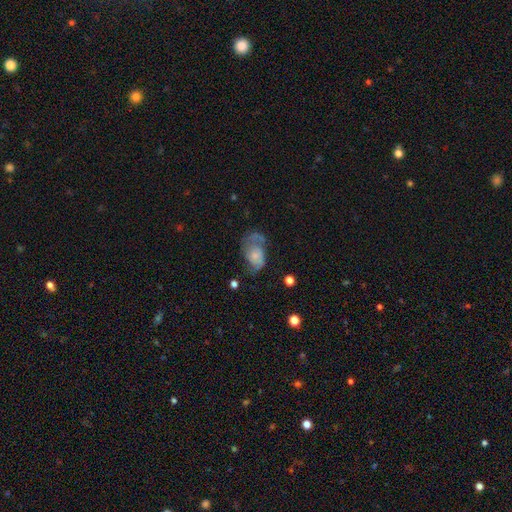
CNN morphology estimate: This appears to be a smooth galaxy with no disk features (48%). Merging: major disturbance (42%).